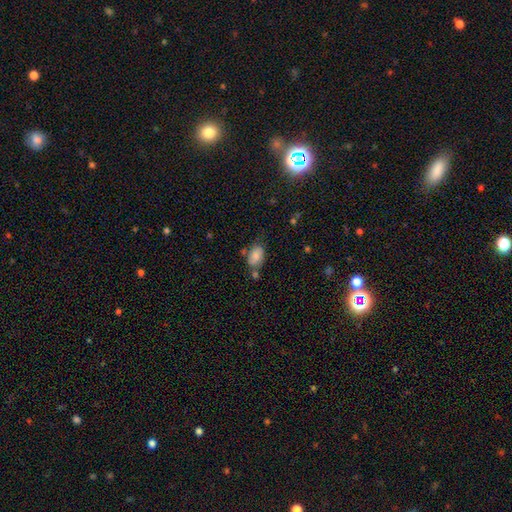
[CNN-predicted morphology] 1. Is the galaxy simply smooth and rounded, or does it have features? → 79% smooth, 13% featured or disk, 8% star or artifact.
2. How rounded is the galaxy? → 87% in between, 11% round, 1% cigar-shaped.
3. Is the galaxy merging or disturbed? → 53% none, 24% minor disturbance, 16% merger, 7% major disturbance.